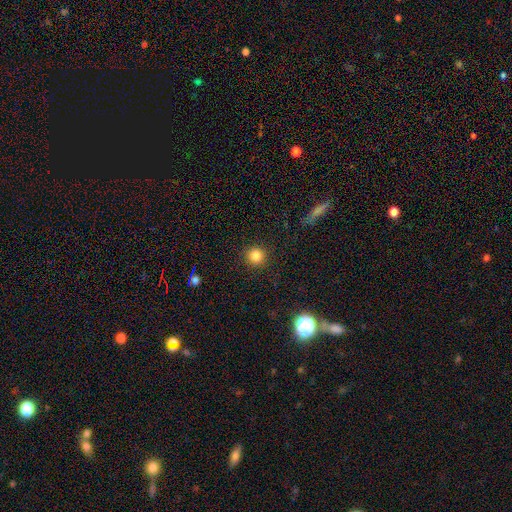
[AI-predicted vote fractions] Q: Smooth or featured?
A: smooth (83%); runner-up: star or artifact (12%)
Q: How rounded?
A: round (94%); runner-up: in between (5%)
Q: Merging?
A: none (91%); runner-up: minor disturbance (6%)